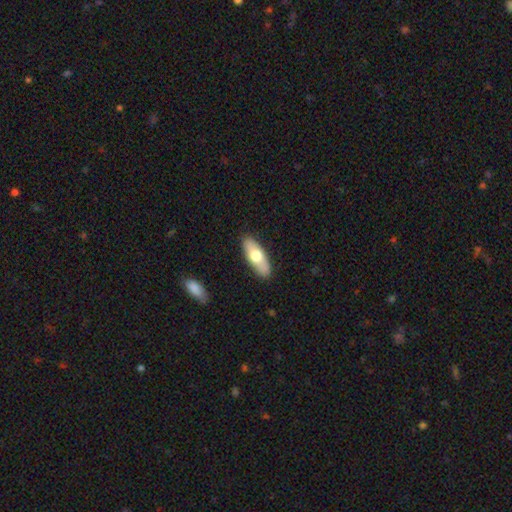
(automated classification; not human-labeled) This is likely a smooth galaxy (63%). How rounded: likely in between (71%). Merging: clearly none (87%).